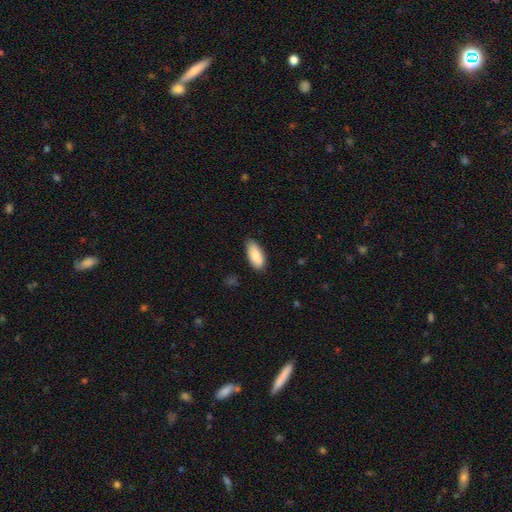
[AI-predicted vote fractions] A smooth galaxy with no disk features (84%) that is in between round and cigar-shaped (86%). Merging: none (83%).